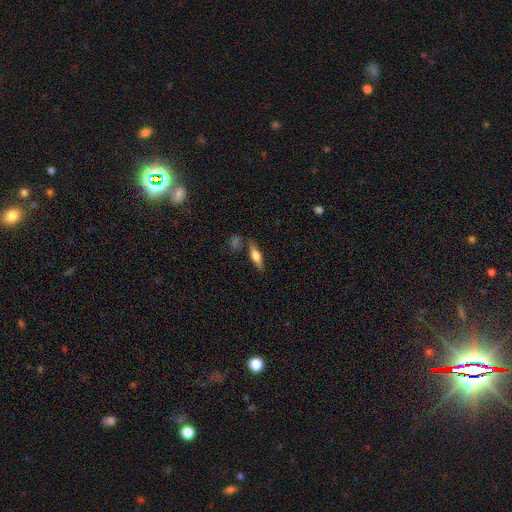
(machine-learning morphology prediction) Smooth or featured? featured or disk (46%, tied with smooth)
Merging? none (74%)